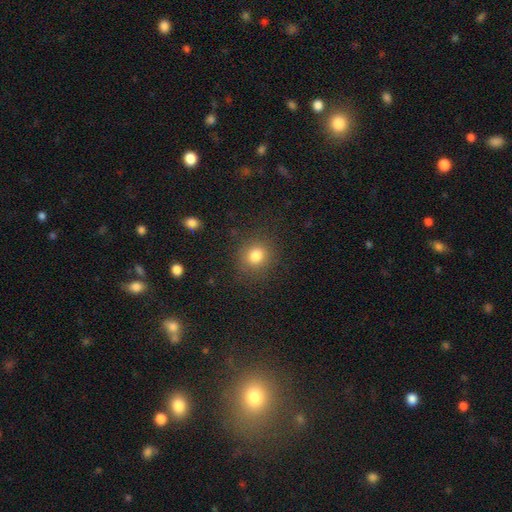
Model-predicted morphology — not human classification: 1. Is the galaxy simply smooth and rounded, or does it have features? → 81% smooth, 12% star or artifact, 6% featured or disk.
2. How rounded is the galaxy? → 82% round, 17% in between, 1% cigar-shaped.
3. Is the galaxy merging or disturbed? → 85% none, 9% minor disturbance, 4% major disturbance, 1% merger.